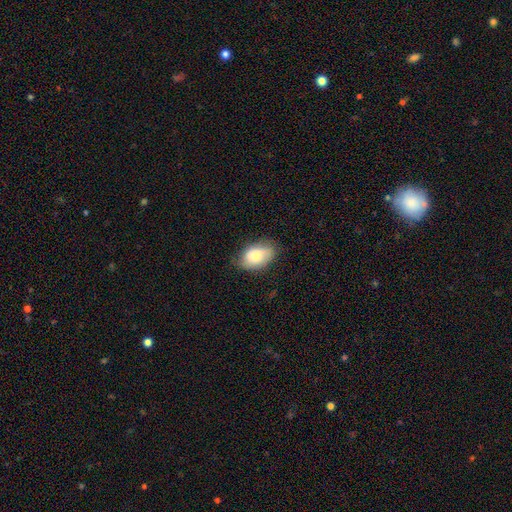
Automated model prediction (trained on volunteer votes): Smooth or featured: smooth — 74% (featured or disk — 19%)
How rounded: in between — 90% (round — 9%)
Merging: none — 70% (minor disturbance — 24%)